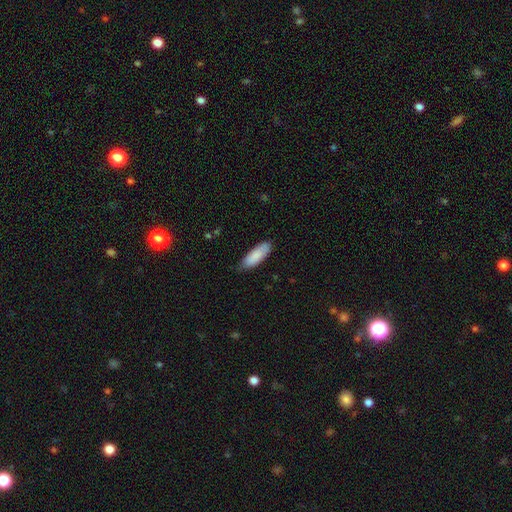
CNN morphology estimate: Overall: smooth (87%). How rounded: in between (64%; cigar-shaped 35%). Merging: none (75%).